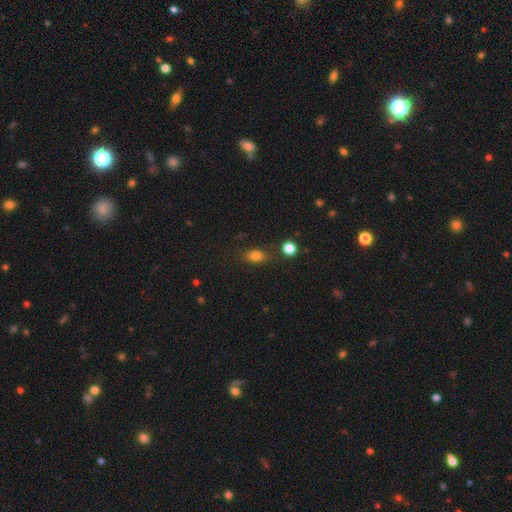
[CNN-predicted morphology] The model was most divided on "how rounded": in between: 71%, round: 25%, cigar-shaped: 3%. More confident: smooth or featured — smooth (80%); merging — none (73%).